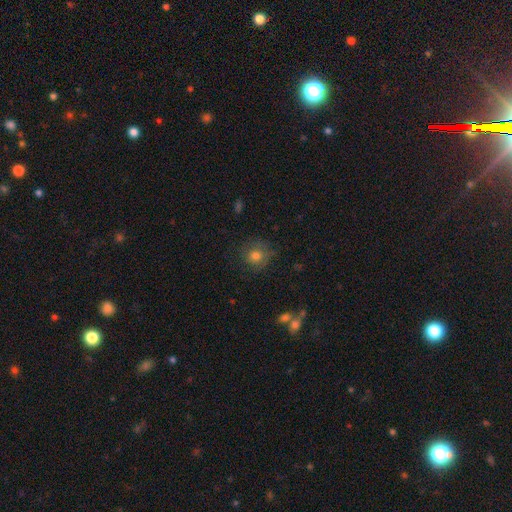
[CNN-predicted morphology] A smooth galaxy with no disk features (68%) that is round (87%). Merging: none (74%).